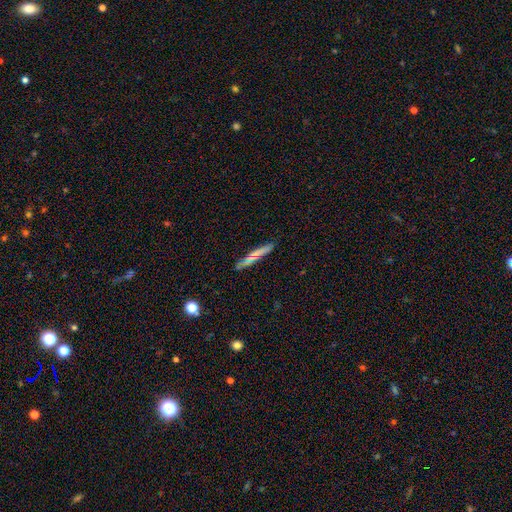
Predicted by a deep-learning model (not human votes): smooth-or-featured: smooth: 61% | featured or disk: 32% | star or artifact: 7%
  how-rounded: cigar-shaped: 96% | in between: 3% | round: 2%
  merging: none: 85% | minor disturbance: 11% | major disturbance: 2% | merger: 2%